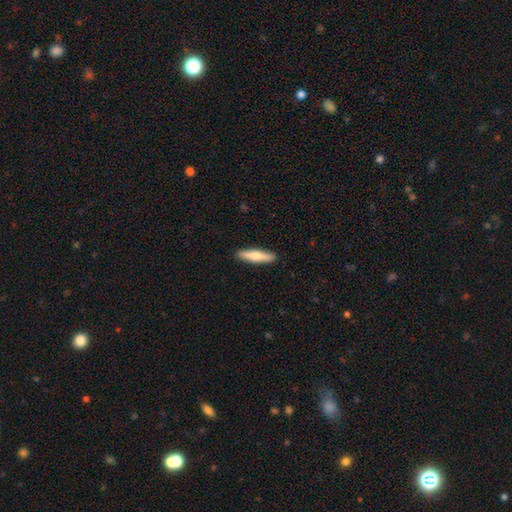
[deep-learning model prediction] Smooth or featured? Predicted: smooth (p=0.67). How rounded? Predicted: cigar-shaped (p=0.82). Merging? Predicted: none (p=0.91).